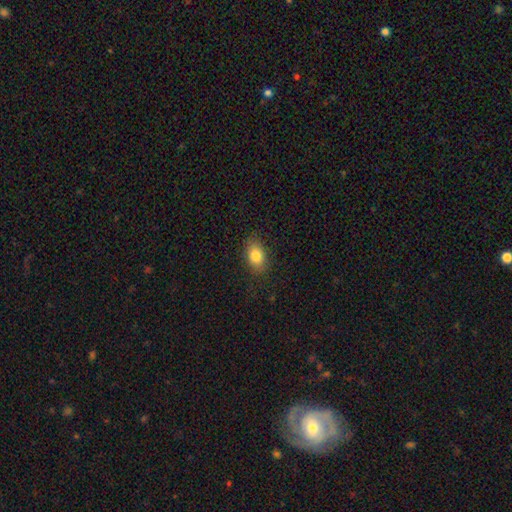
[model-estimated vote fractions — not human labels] This appears to be a smooth galaxy with no disk features (82%) that is in between round and cigar-shaped (85%). Merging: none (84%).